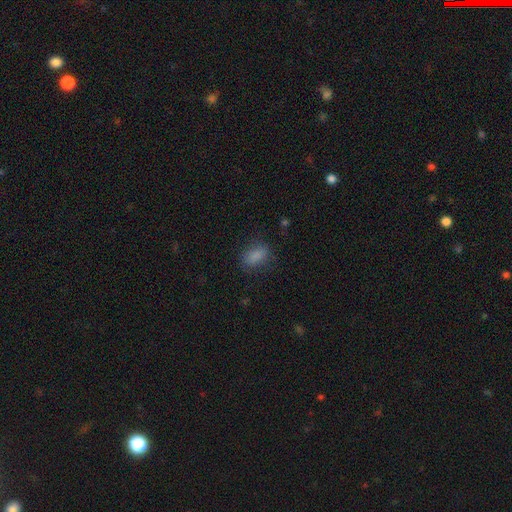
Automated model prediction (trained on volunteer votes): Smooth or featured? Predicted: smooth (p=0.84). How rounded? Predicted: in between (p=0.83). Merging? Predicted: none (p=0.74).